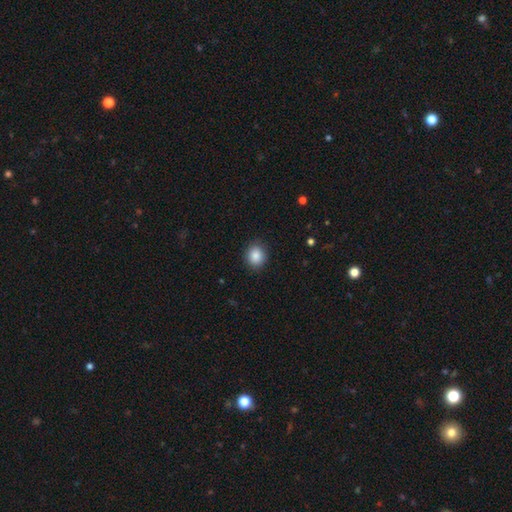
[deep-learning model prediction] This appears to be a smooth galaxy with no disk features (87%) that is round (74%). Merging: none (88%).